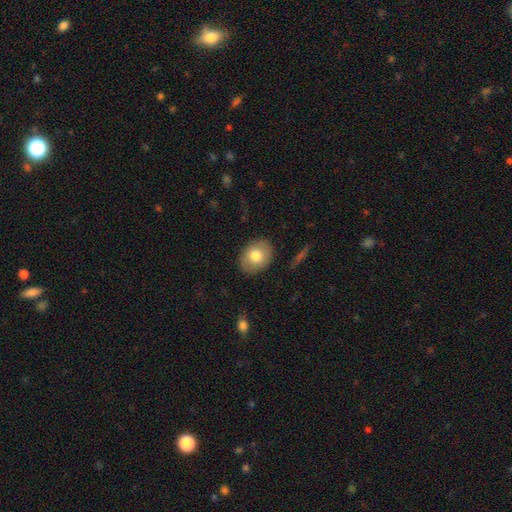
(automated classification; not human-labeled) Q: Smooth or featured?
A: smooth (76%); runner-up: featured or disk (16%)
Q: How rounded?
A: in between (63%); runner-up: round (36%)
Q: Merging?
A: none (88%); runner-up: minor disturbance (9%)